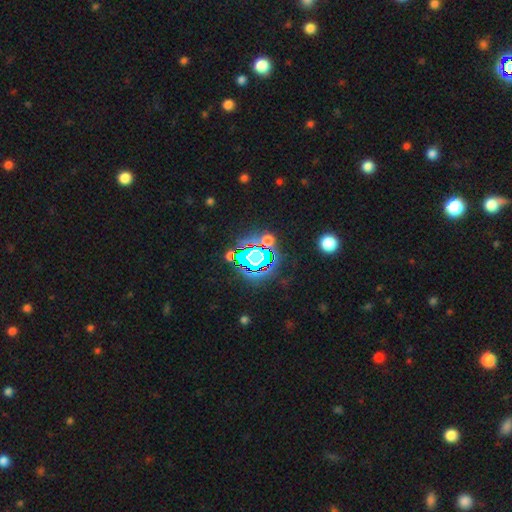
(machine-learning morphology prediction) A star or artifact, not a galaxy (66%).